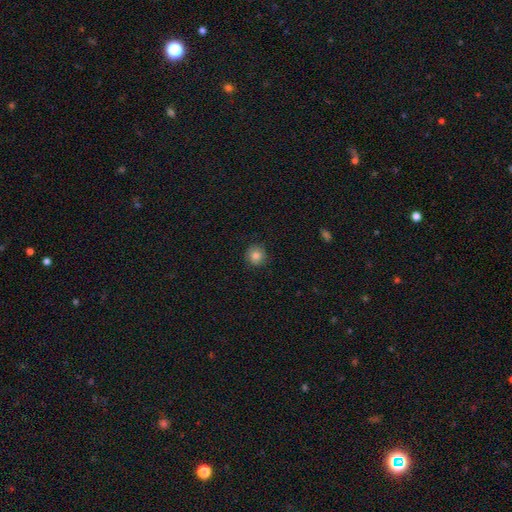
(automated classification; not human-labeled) Smooth or featured? Predicted: smooth (p=0.82). How rounded? Predicted: round (p=0.92). Merging? Predicted: none (p=0.86).